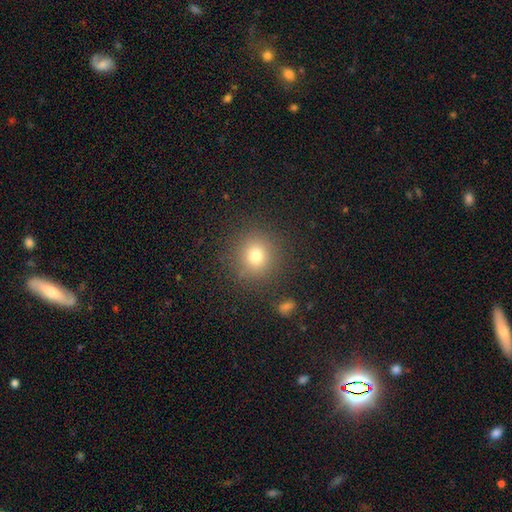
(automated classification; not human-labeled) smooth-or-featured: smooth: 76% | star or artifact: 15% | featured or disk: 9%
  how-rounded: round: 90% | in between: 9% | cigar-shaped: 1%
  merging: none: 87% | minor disturbance: 8% | major disturbance: 3% | merger: 2%